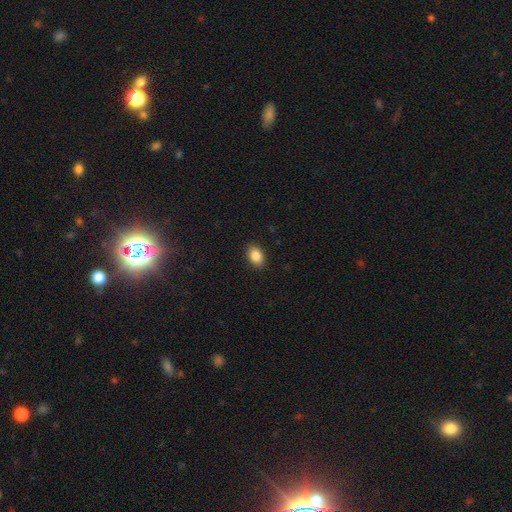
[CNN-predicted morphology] This is clearly a smooth galaxy (86%). How rounded: clearly in between (85%). Merging: clearly none (89%).